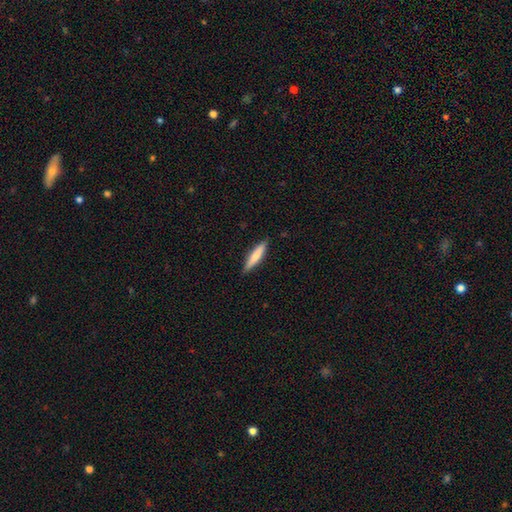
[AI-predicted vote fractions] smooth 70%, featured or disk 25%, star or artifact 5%. Down the decision tree: how rounded — cigar-shaped (83%); merging — none (88%).